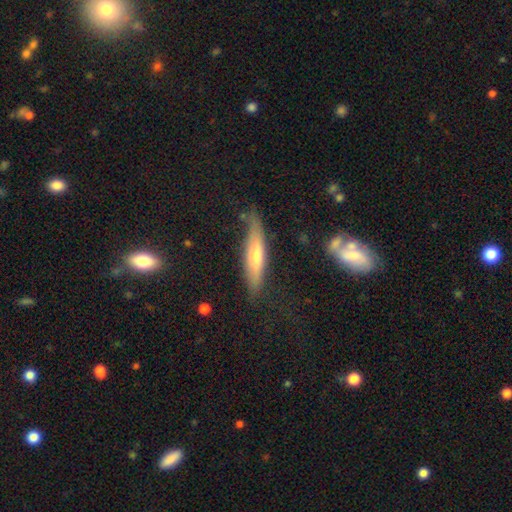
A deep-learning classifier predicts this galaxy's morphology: A smooth galaxy with no disk features (52%) that is cigar-shaped (82%).

Vote fractions:
- Smooth or featured? smooth: 52% / featured or disk: 40% / star or artifact: 7%
- How rounded? cigar-shaped: 82% / in between: 16% / round: 2%
- Merging? none: 72% / minor disturbance: 20% / major disturbance: 5% / merger: 3%